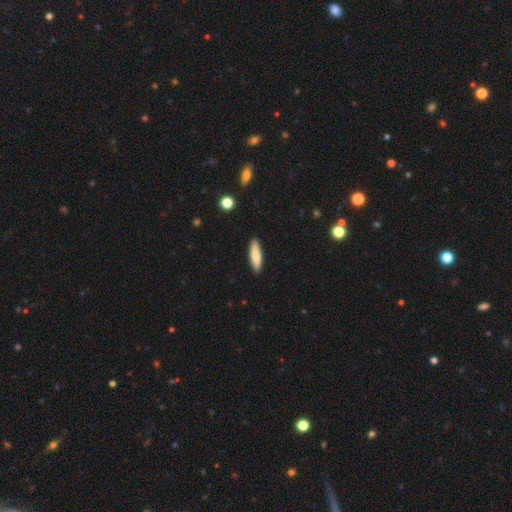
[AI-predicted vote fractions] This is likely a smooth galaxy (77%). How rounded: likely cigar-shaped (66%). Merging: clearly none (90%).